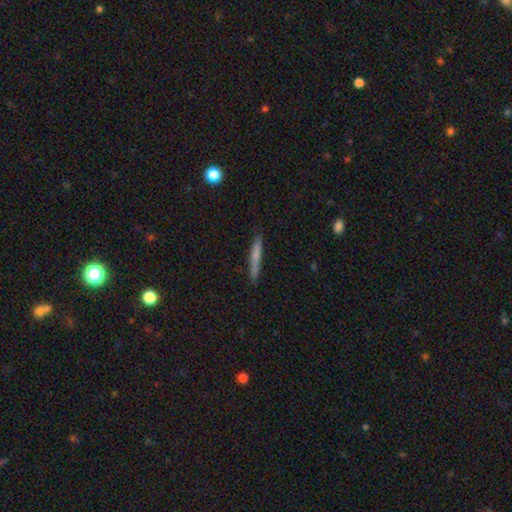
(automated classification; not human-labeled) Smooth or featured: smooth — 64% (featured or disk — 29%)
How rounded: cigar-shaped — 95% (in between — 4%)
Merging: none — 84% (minor disturbance — 12%)